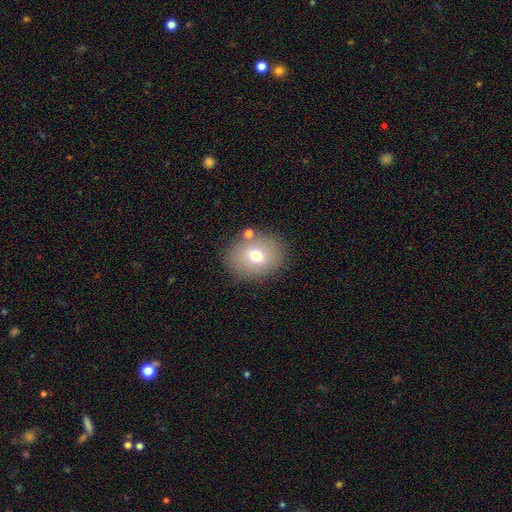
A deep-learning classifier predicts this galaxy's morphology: smooth_or_featured: smooth (p=0.69) [alt: featured or disk p=0.19]
how_rounded: round (p=0.54) [alt: in between p=0.45]
merging: none (p=0.80) [alt: minor disturbance p=0.11]